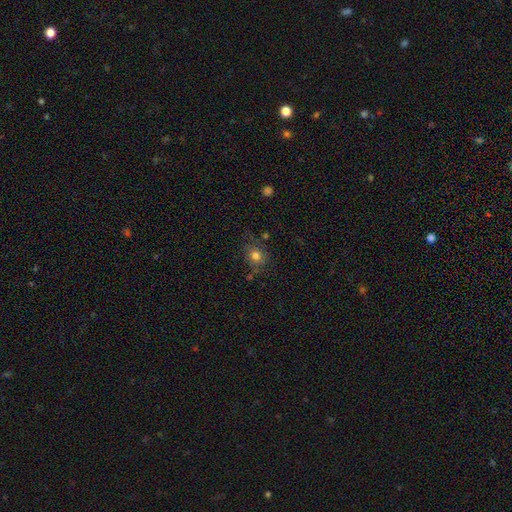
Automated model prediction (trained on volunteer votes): smooth_or_featured: smooth (p=0.78) [alt: star or artifact p=0.13]
how_rounded: round (p=0.77) [alt: in between p=0.22]
merging: none (p=0.74) [alt: minor disturbance p=0.16]